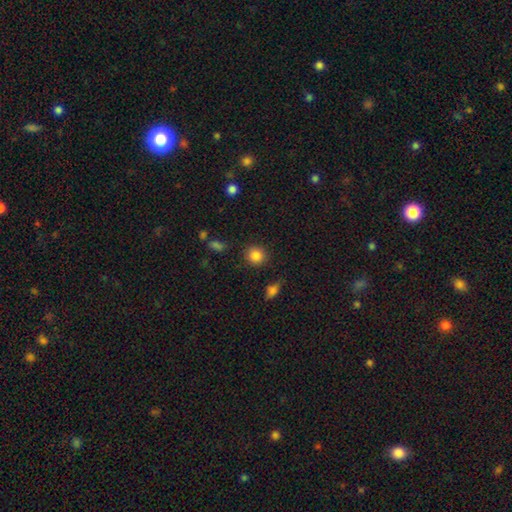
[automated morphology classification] Smooth or featured? smooth (86%)
How rounded? round (87%)
Merging? none (87%)